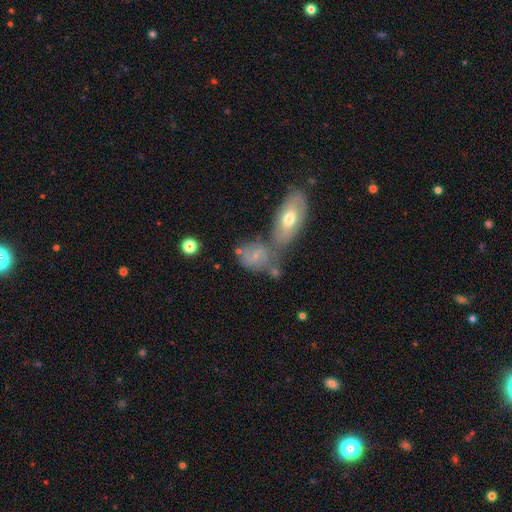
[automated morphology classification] Smooth or featured? Predicted: smooth (p=0.47). Merging? Predicted: merger (p=0.39).